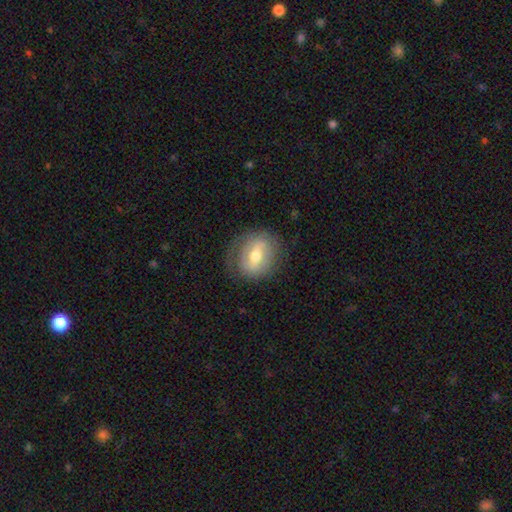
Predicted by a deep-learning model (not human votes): Smooth or featured? featured or disk (50%)
Merging? none (73%)